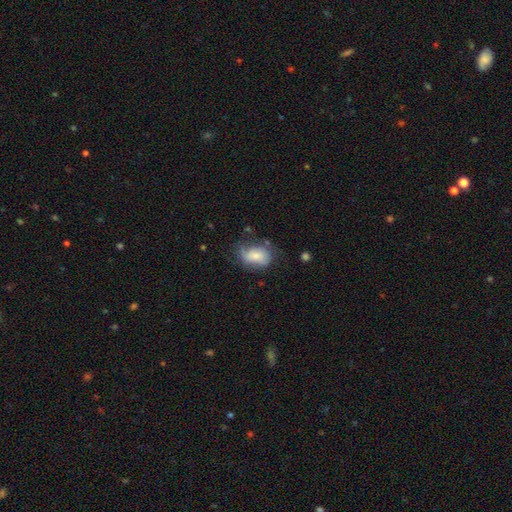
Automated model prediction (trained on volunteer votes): Morphology: type=smooth (61%); roundness=in between (78%); merging=none (46%).